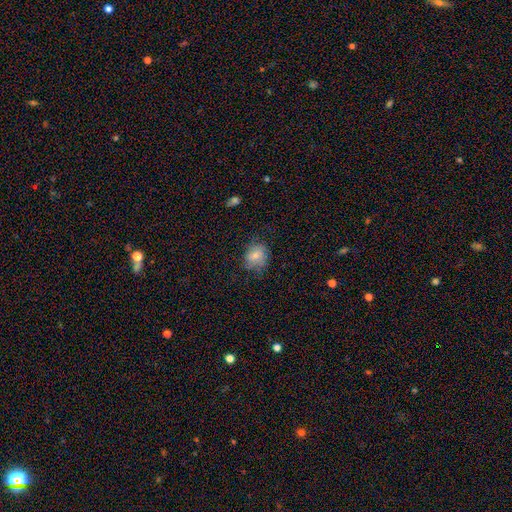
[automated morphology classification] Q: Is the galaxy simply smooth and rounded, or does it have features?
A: smooth — 72%.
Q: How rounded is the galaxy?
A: round — 50%.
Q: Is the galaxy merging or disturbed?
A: none — 62%.